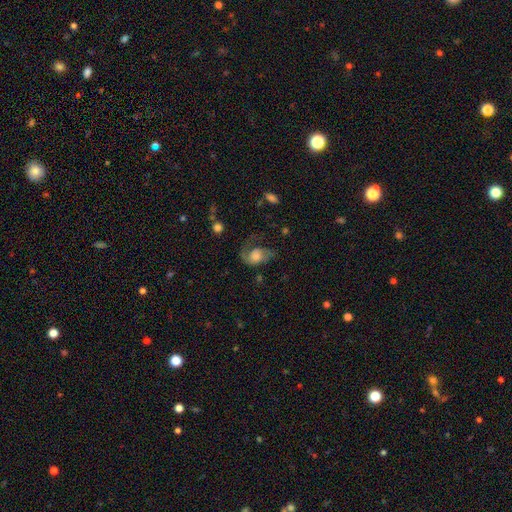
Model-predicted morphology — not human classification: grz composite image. It shows a featured or disk galaxy (56%) with no bar (74%), spiral arms (83%) and a large central bulge (38%). Merging: major disturbance (40%).